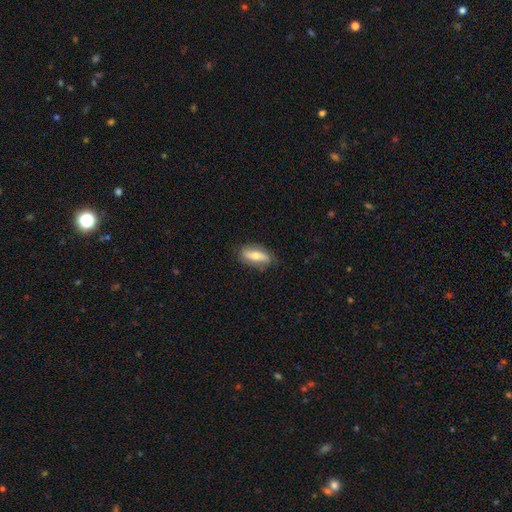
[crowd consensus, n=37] Morphology: type=smooth (51%); roundness=in between (74%); merging=none (78%).